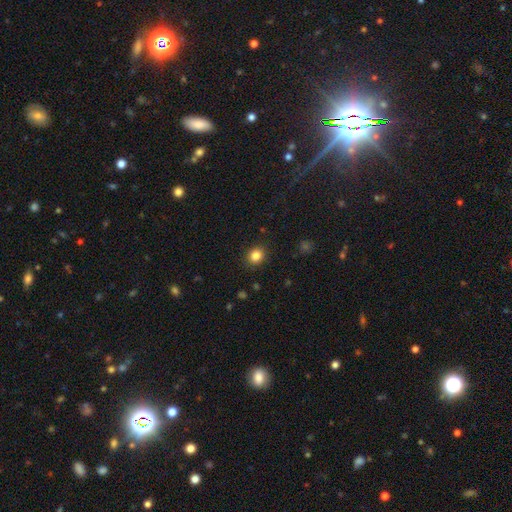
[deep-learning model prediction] smooth 85%, star or artifact 11%, featured or disk 5%. Down the decision tree: how rounded — round (68%); merging — none (89%).